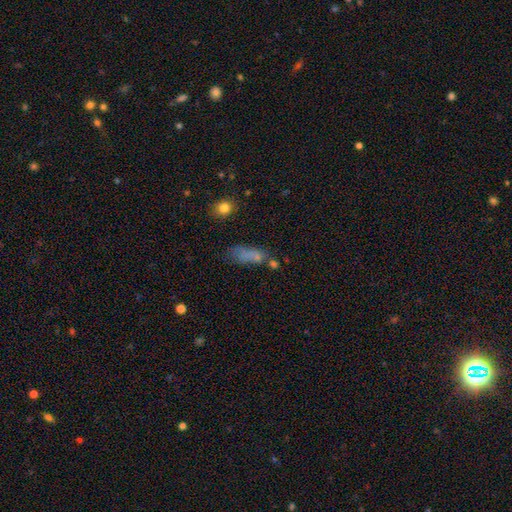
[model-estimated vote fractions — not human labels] Overall: smooth (63%). How rounded: in between (52%; cigar-shaped 43%). Merging: none (49%; minor disturbance 23%).